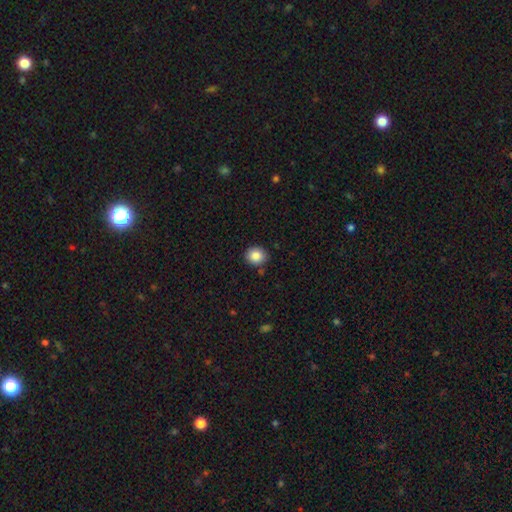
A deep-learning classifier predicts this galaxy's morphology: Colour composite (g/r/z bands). It shows a smooth galaxy with no disk features (86%) that is round (81%). Merging: none (87%).